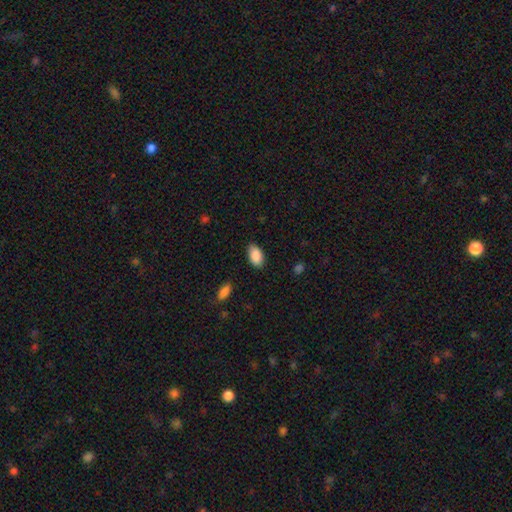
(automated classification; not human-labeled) smooth_or_featured: smooth (p=0.89) [alt: star or artifact p=0.07]
how_rounded: in between (p=0.94) [alt: round p=0.04]
merging: none (p=0.85) [alt: minor disturbance p=0.11]